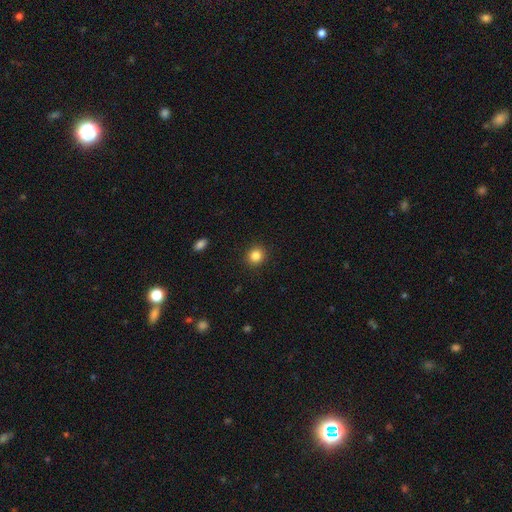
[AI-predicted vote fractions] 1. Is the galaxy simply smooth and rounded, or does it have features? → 85% smooth, 11% star or artifact, 5% featured or disk.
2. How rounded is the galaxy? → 85% round, 14% in between, 1% cigar-shaped.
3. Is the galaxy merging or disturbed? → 91% none, 6% minor disturbance, 2% major disturbance, 1% merger.